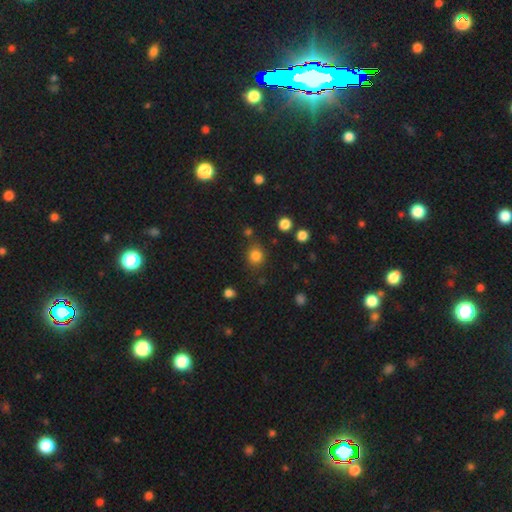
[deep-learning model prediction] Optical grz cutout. It shows a smooth galaxy with no disk features (82%) that is round (82%). Merging: none (80%).